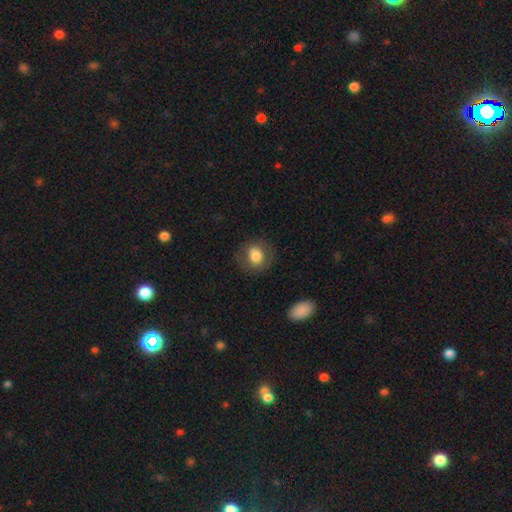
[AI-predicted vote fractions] Smooth or featured? Predicted: smooth (p=0.77). How rounded? Predicted: round (p=0.67). Merging? Predicted: none (p=0.80).